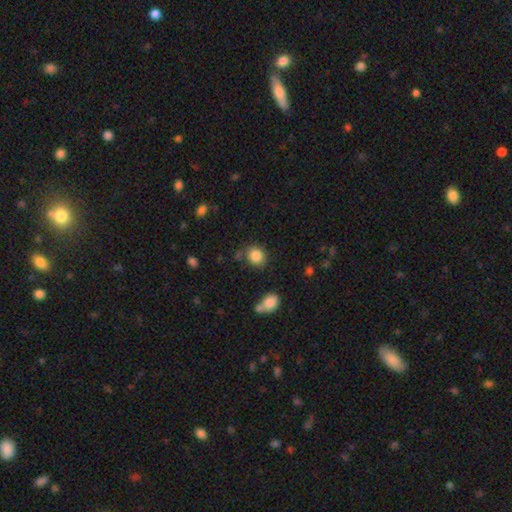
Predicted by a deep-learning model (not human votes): This is clearly a smooth galaxy (86%). How rounded: likely round (74%). Merging: likely none (76%).